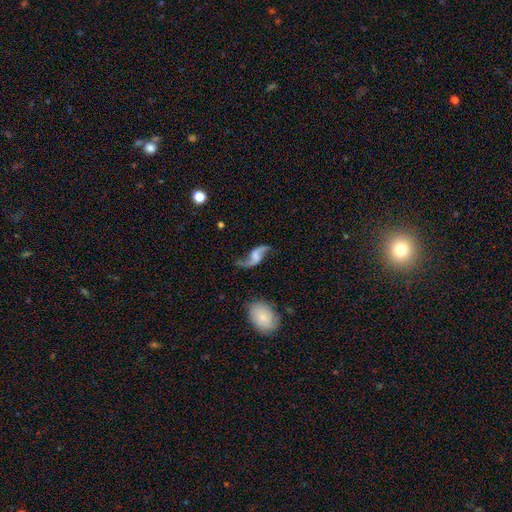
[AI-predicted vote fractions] This is clearly a featured or disk galaxy (86%). It is clearly not viewed edge-on (97%). Bar: possibly no (45%). Spiral arm pattern: clearly yes (96%). Spiral arm count: clearly 2 (93%). Spiral winding: clearly loose (90%). Central bulge: marginally none (43%). Merging: likely none (69%).